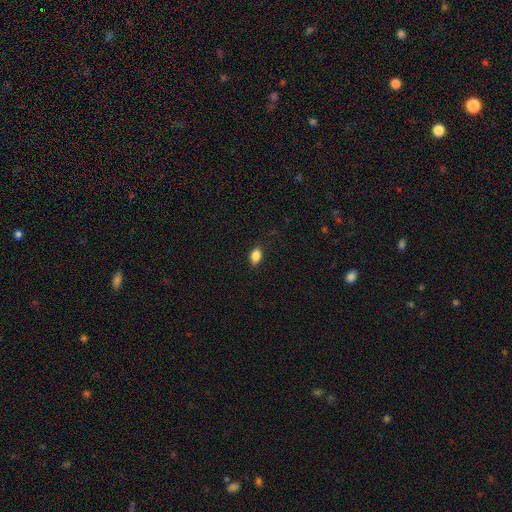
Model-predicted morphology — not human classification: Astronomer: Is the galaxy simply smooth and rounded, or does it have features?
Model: smooth — 86%.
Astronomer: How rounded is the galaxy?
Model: in between — 85%.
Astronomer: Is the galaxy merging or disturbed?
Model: none — 84%.